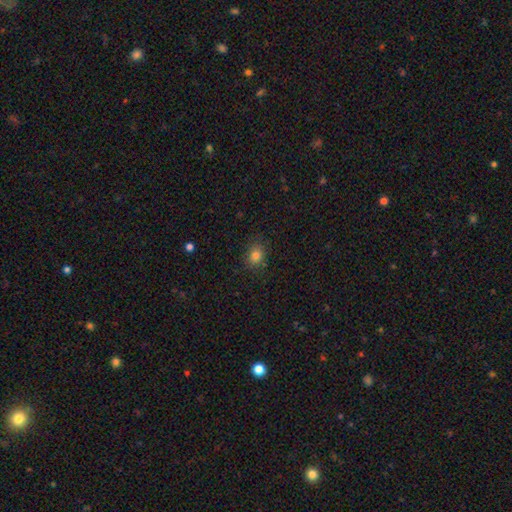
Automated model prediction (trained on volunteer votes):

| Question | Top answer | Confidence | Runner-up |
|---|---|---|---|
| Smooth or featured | smooth | 81% | star or artifact (13%) |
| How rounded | round | 51% | in between (48%) |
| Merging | none | 83% | minor disturbance (12%) |